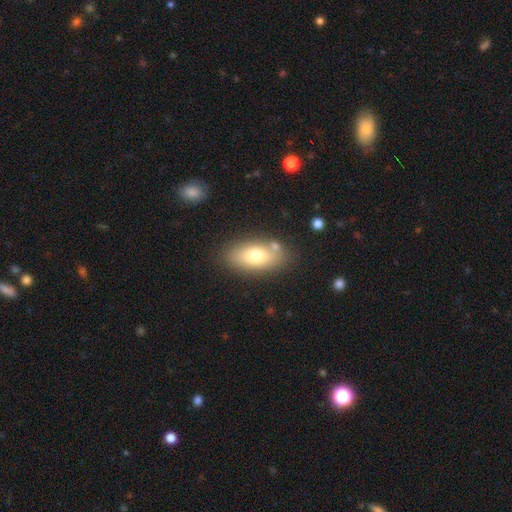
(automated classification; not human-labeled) smooth_or_featured: smooth (p=0.73) [alt: featured or disk p=0.19]
how_rounded: in between (p=0.89) [alt: round p=0.06]
merging: none (p=0.77) [alt: minor disturbance p=0.13]